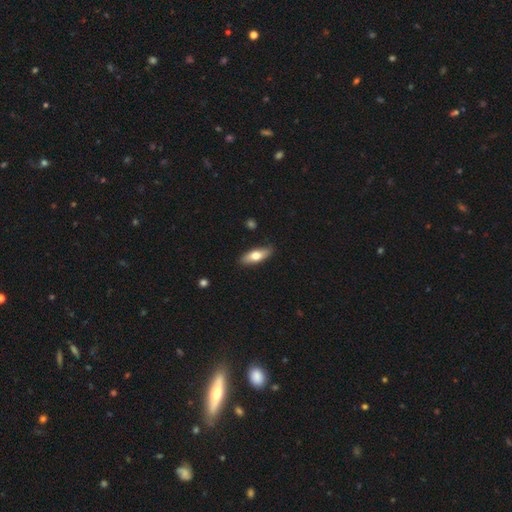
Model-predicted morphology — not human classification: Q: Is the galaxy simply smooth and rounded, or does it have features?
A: smooth — 65%.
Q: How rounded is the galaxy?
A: in between — 64%.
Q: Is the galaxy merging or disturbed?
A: none — 86%.